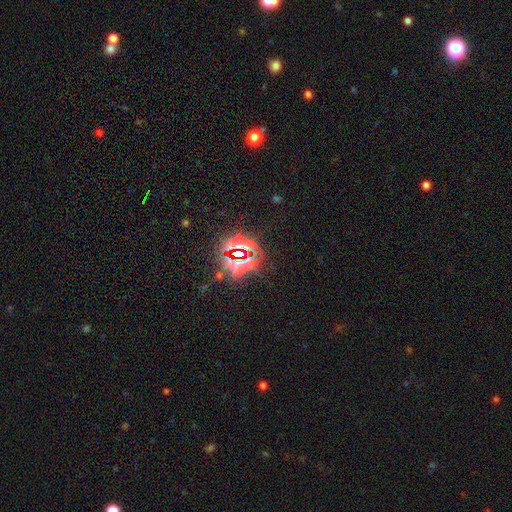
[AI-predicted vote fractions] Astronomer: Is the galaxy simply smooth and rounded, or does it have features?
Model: star or artifact — 83%.